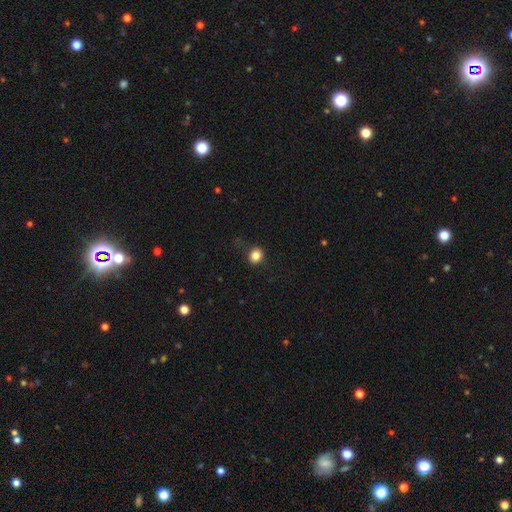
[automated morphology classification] This is clearly a smooth galaxy (84%). How rounded: likely round (77%). Merging: clearly none (85%).